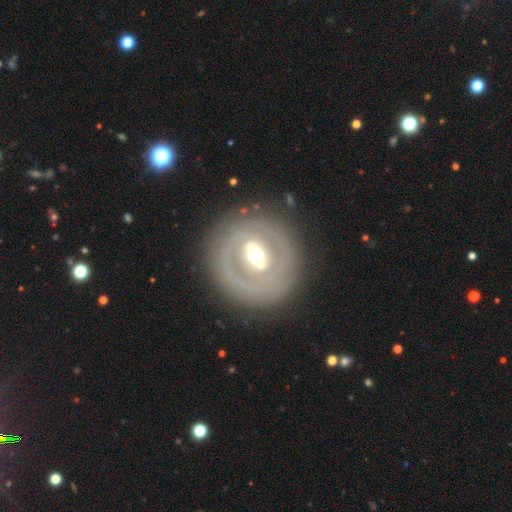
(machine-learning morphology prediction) Q: Smooth or featured?
A: featured or disk (77%); runner-up: smooth (18%)
Q: Edge-on disk?
A: no (93%); runner-up: yes (7%)
Q: Bar?
A: strong (50%); runner-up: weak (33%)
Q: Spiral arms?
A: no (54%); runner-up: yes (46%)
Q: Bulge size?
A: moderate (69%); runner-up: small (14%)
Q: Merging?
A: none (80%); runner-up: minor disturbance (12%)